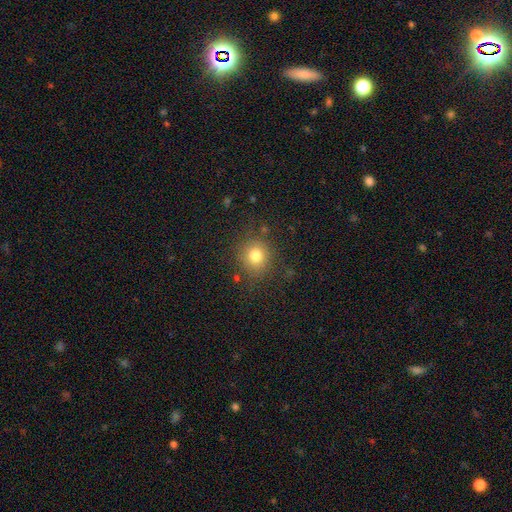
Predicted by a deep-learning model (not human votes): Q: Smooth or featured?
A: smooth (77%); runner-up: star or artifact (15%)
Q: How rounded?
A: round (86%); runner-up: in between (13%)
Q: Merging?
A: none (83%); runner-up: minor disturbance (11%)